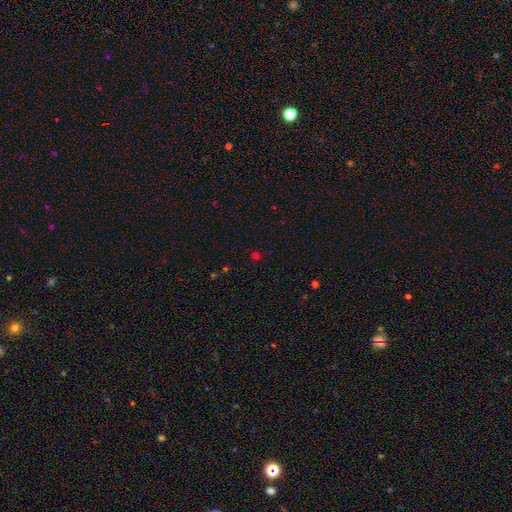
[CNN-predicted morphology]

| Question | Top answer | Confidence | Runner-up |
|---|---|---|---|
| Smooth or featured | smooth | 53% | star or artifact (41%) |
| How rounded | round | 89% | in between (10%) |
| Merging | none | 85% | minor disturbance (8%) |